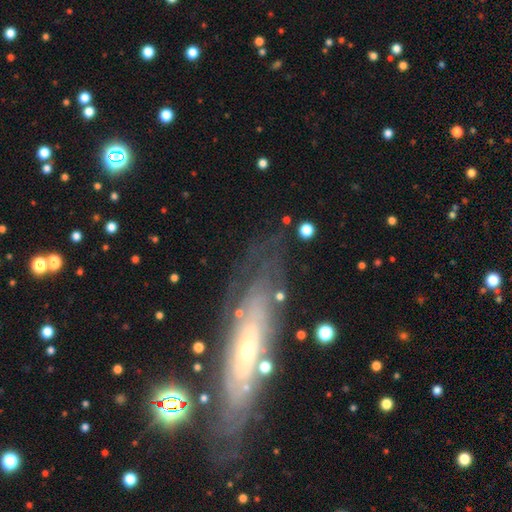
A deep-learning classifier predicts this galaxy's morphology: type=featured or disk (74%); edge-on=no (56%); merging=none (80%).